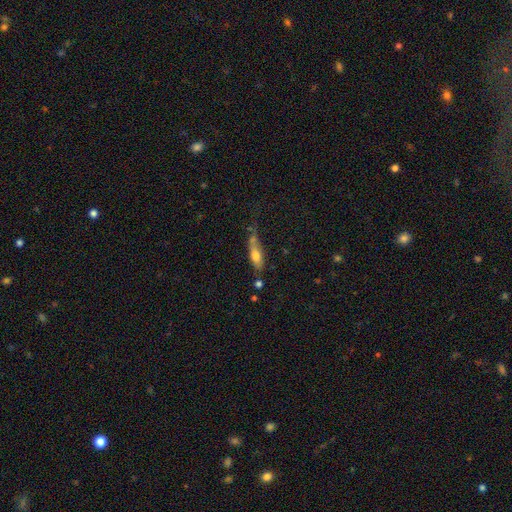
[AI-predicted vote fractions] A smooth galaxy with no disk features (64%) that is in between round and cigar-shaped (56%).

Vote fractions:
- Smooth or featured? smooth: 64% / featured or disk: 28% / star or artifact: 8%
- How rounded? in between: 56% / cigar-shaped: 41% / round: 4%
- Merging? none: 40% / minor disturbance: 26% / merger: 20% / major disturbance: 14%